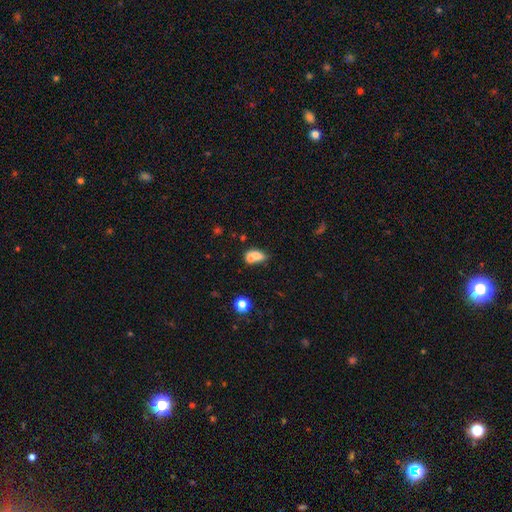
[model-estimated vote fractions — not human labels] A smooth galaxy with no disk features (69%) that is in between round and cigar-shaped (72%). Merging: merger (54%).